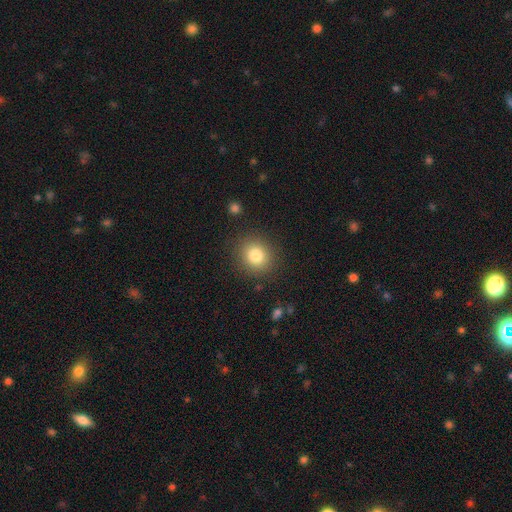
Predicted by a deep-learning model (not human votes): smooth_or_featured: smooth (p=0.81) [alt: star or artifact p=0.11]
how_rounded: round (p=0.82) [alt: in between p=0.17]
merging: none (p=0.87) [alt: minor disturbance p=0.08]